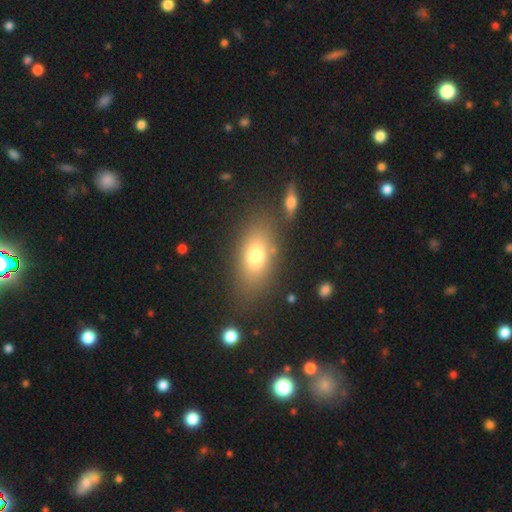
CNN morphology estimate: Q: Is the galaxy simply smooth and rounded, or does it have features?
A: smooth — 73%.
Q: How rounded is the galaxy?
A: in between — 83%.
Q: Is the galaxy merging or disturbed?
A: none — 77%.